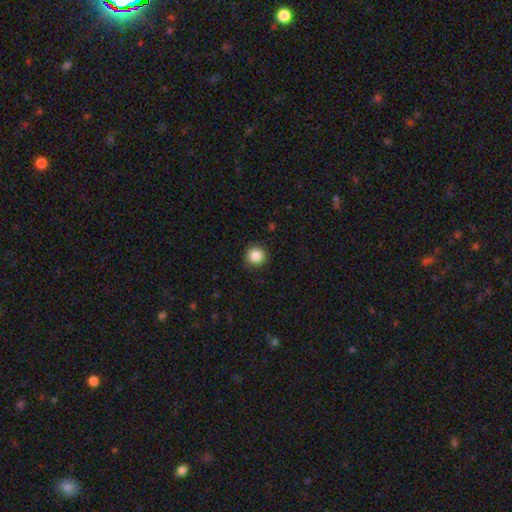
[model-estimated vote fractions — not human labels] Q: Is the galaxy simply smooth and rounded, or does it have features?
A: smooth — 87%.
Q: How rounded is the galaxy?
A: round — 94%.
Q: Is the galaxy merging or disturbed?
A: none — 91%.